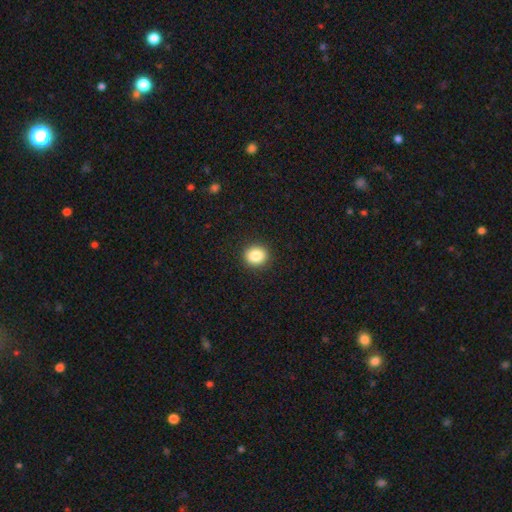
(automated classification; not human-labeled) A smooth galaxy with no disk features (86%) that is round (81%).

Vote fractions:
- Smooth or featured? smooth: 86% / star or artifact: 9% / featured or disk: 5%
- How rounded? round: 81% / in between: 18% / cigar-shaped: 1%
- Merging? none: 92% / minor disturbance: 6% / major disturbance: 2% / merger: 1%